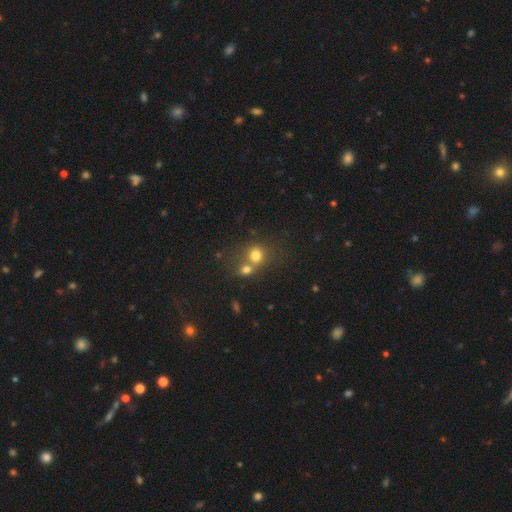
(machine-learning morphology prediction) The model was most divided on "merging": merger: 49%, none: 41%, minor disturbance: 7%, major disturbance: 4%. More confident: how rounded — round (80%); smooth or featured — smooth (73%).